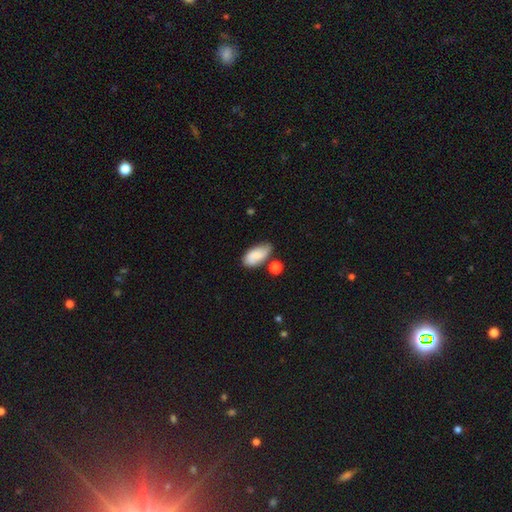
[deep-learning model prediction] A smooth galaxy with no disk features (68%) that is in between round and cigar-shaped (91%). Merging: none (57%).